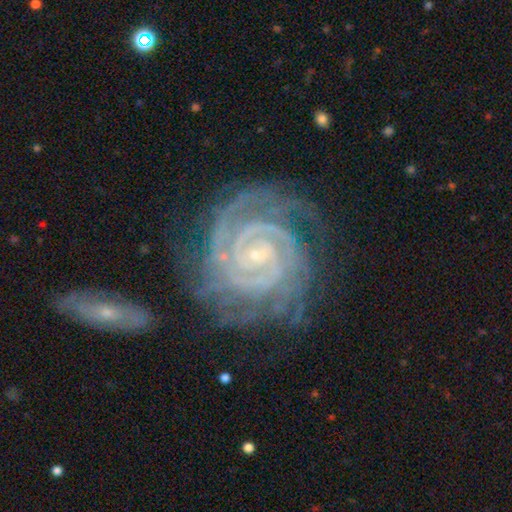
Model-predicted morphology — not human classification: featured or disk 93%, star or artifact 4%, smooth 3%. Down the decision tree: edge-on disk — no (98%); bar — no (55%); spiral arms — yes (99%); spiral arm count — 2 (48%); spiral winding — tight (86%); bulge size — small (87%); merging — none (64%).